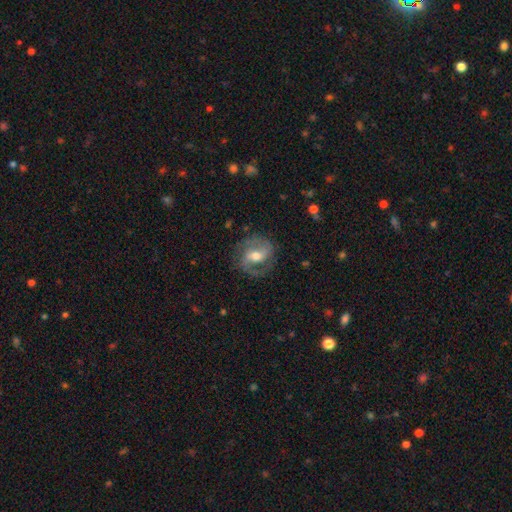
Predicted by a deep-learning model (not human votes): smooth-or-featured: featured or disk: 82% | smooth: 12% | star or artifact: 6%
  disk-edge-on: no: 97% | yes: 3%
    bar: weak: 47% | strong: 29% | no: 25%
    has-spiral-arms: yes: 92% | no: 8%
      spiral-winding: medium: 54% | tight: 24% | loose: 22%
      spiral-arm-count: 2: 88% | can't tell: 5% | 1: 4% | 3: 2% | 4: 1% | more than 4: 1%
    bulge-size: moderate: 69% | small: 22% | large: 7% | none: 1% | dominant: 1%
  merging: none: 78% | minor disturbance: 14% | major disturbance: 7% | merger: 1%